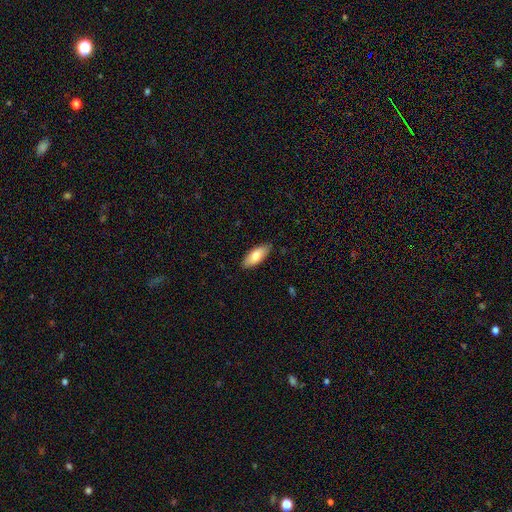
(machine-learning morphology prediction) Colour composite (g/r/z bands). It shows a smooth galaxy with no disk features (79%) that is in between round and cigar-shaped (79%). Merging: none (86%).